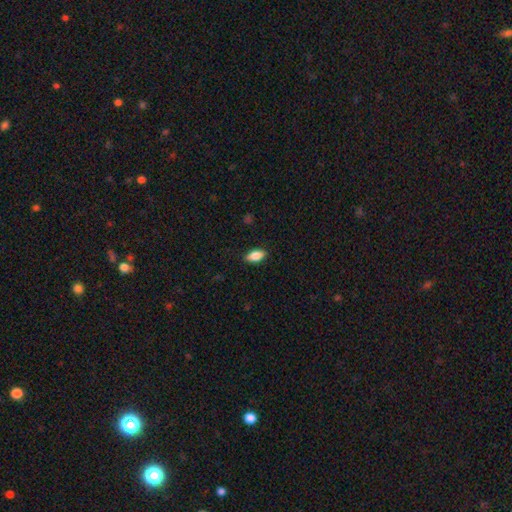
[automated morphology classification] A smooth galaxy with no disk features (84%) that is in between round and cigar-shaped (89%).

Vote fractions:
- Smooth or featured? smooth: 84% / featured or disk: 9% / star or artifact: 7%
- How rounded? in between: 89% / cigar-shaped: 8% / round: 4%
- Merging? none: 87% / minor disturbance: 10% / major disturbance: 2% / merger: 1%